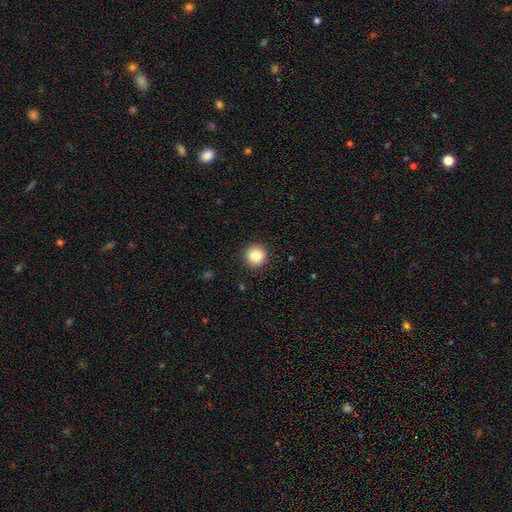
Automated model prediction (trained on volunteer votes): smooth_or_featured: smooth (p=0.86) [alt: star or artifact p=0.09]
how_rounded: round (p=0.94) [alt: in between p=0.05]
merging: none (p=0.92) [alt: minor disturbance p=0.05]